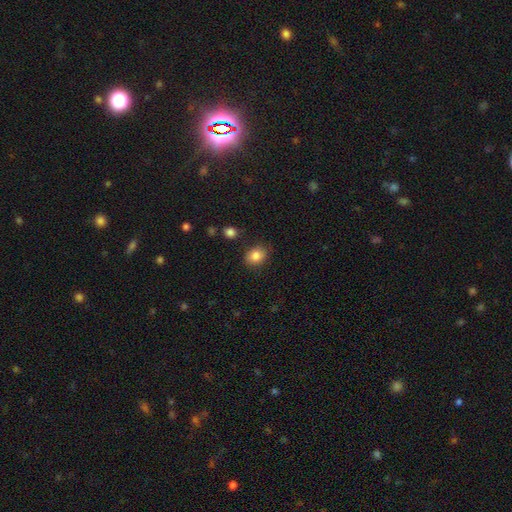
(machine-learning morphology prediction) smooth 85%, star or artifact 9%, featured or disk 6%. Down the decision tree: how rounded — in between (50%); merging — none (83%).